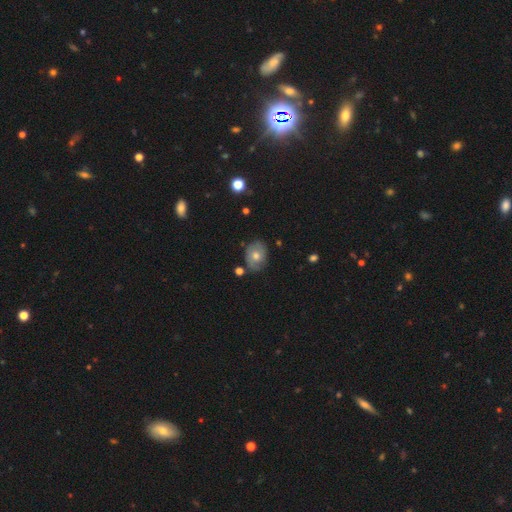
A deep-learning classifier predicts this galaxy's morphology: smooth 52%, featured or disk 38%, star or artifact 10%. Down the decision tree: how rounded — in between (54%); merging — none (75%).